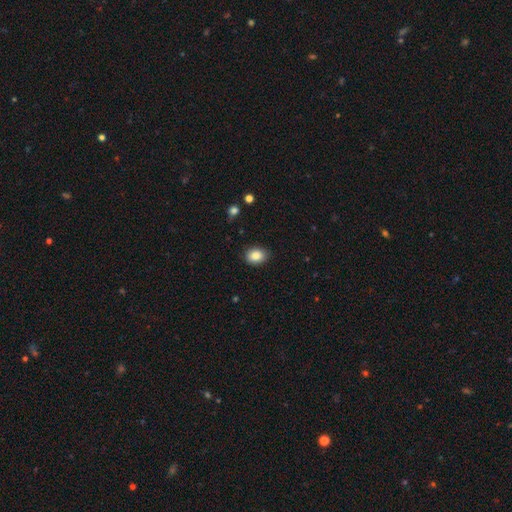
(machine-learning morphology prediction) This is clearly a smooth galaxy (86%). How rounded: likely in between (63%). Merging: clearly none (86%).